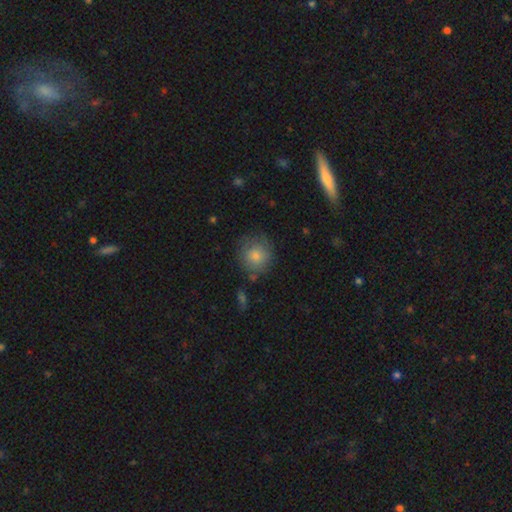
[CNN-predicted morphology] smooth_or_featured: smooth (p=0.79) [alt: featured or disk p=0.12]
how_rounded: round (p=0.91) [alt: in between p=0.08]
merging: none (p=0.75) [alt: minor disturbance p=0.17]